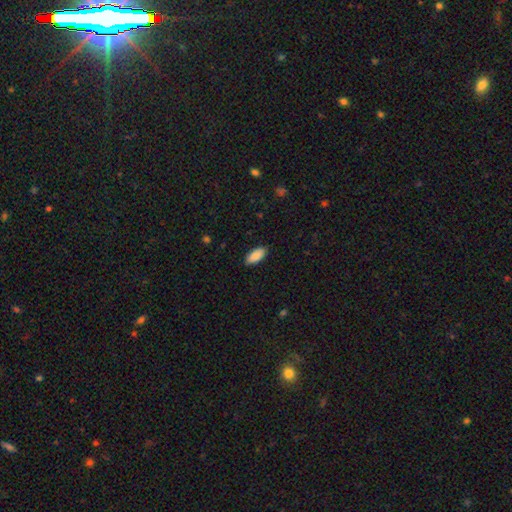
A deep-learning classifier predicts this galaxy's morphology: Overall: smooth (87%). How rounded: in between (89%). Merging: none (88%).